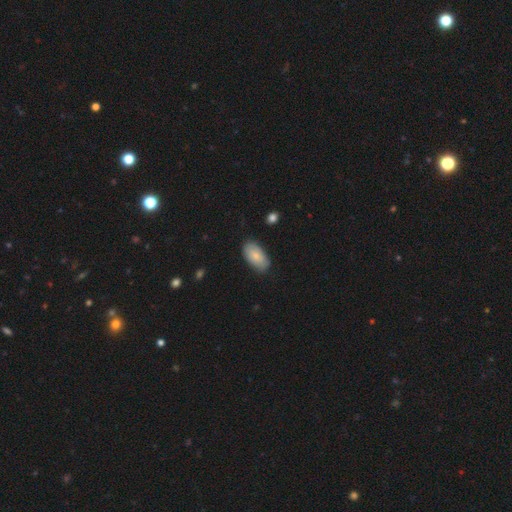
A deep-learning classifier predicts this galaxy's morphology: This is likely a smooth galaxy (79%). How rounded: clearly in between (95%). Merging: clearly none (82%).